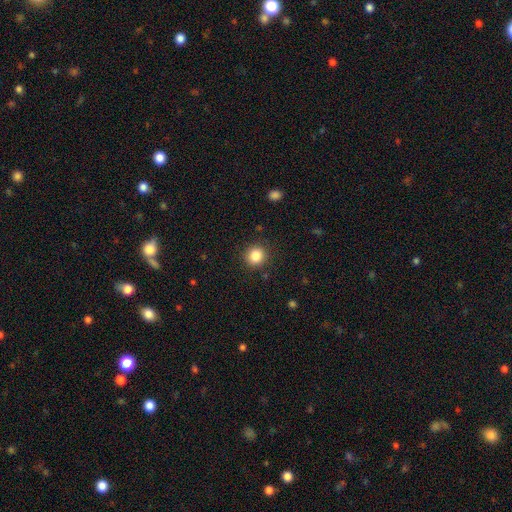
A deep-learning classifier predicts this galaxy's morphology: smooth-or-featured: smooth: 85% | star or artifact: 11% | featured or disk: 5%
  how-rounded: round: 90% | in between: 9% | cigar-shaped: 1%
  merging: none: 90% | minor disturbance: 7% | major disturbance: 2% | merger: 1%